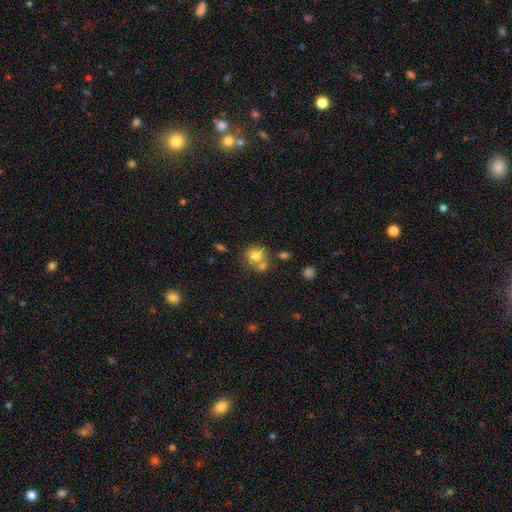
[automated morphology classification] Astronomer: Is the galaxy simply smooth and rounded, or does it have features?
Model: smooth — 76%.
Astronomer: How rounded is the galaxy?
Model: round — 84%.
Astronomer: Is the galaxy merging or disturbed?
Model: none — 54% (runner-up: merger, 33%).